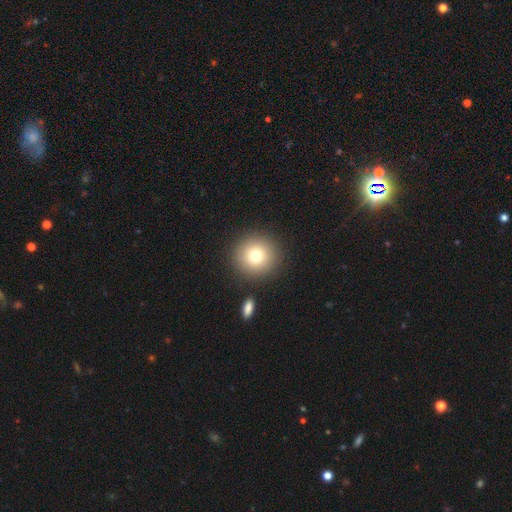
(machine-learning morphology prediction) Smooth or featured?
  - smooth: 76% *
  - star or artifact: 13%
  - featured or disk: 12%
How rounded?
  - round: 94% *
  - in between: 5%
  - cigar-shaped: 1%
Merging?
  - none: 88% *
  - minor disturbance: 6%
  - merger: 3%
  - major disturbance: 3%